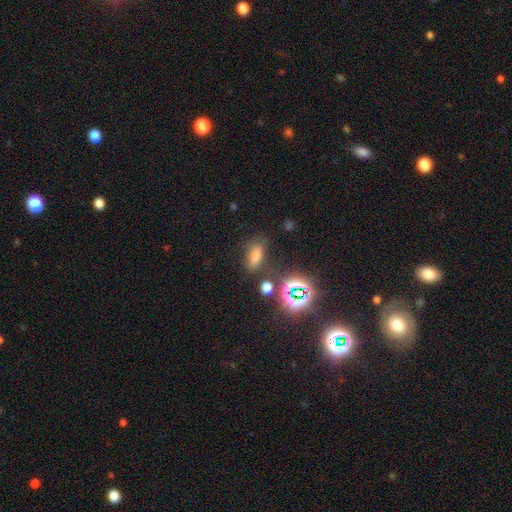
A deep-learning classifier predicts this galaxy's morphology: smooth_or_featured: smooth (p=0.60) [alt: star or artifact p=0.30]
how_rounded: in between (p=0.75) [alt: cigar-shaped p=0.14]
merging: none (p=0.70) [alt: minor disturbance p=0.16]